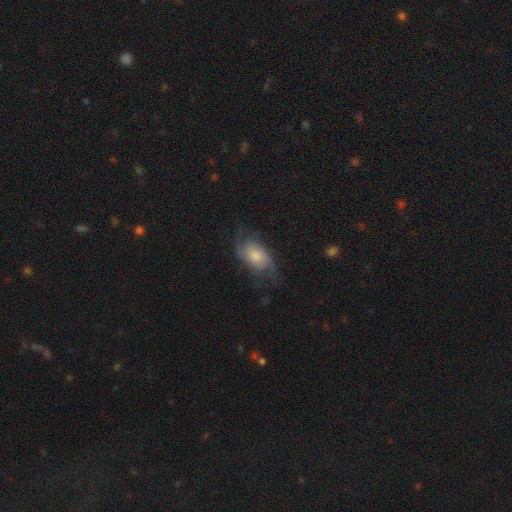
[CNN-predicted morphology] A featured or disk galaxy (59%) with no bar (73%), spiral arms (88%) and a moderate central bulge (38%). Merging: none (55%).